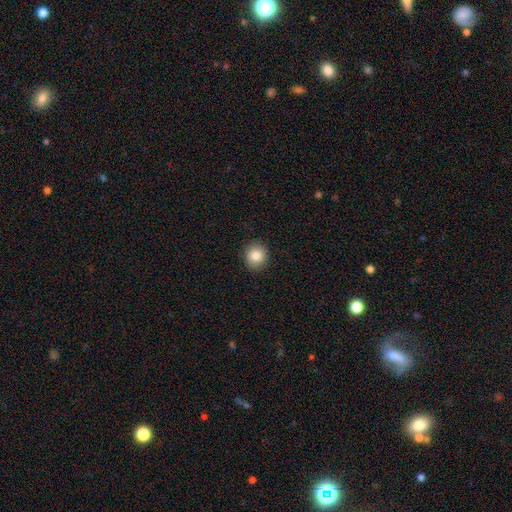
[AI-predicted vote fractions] Morphology: type=smooth (85%); roundness=round (84%); merging=none (91%).